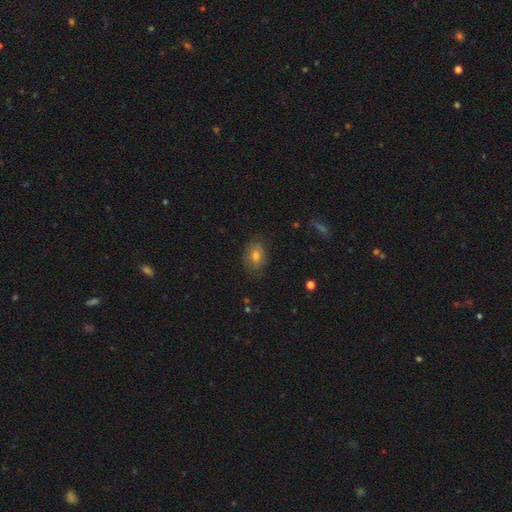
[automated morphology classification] smooth 67%, featured or disk 18%, star or artifact 15%. Down the decision tree: how rounded — in between (69%); merging — none (82%).